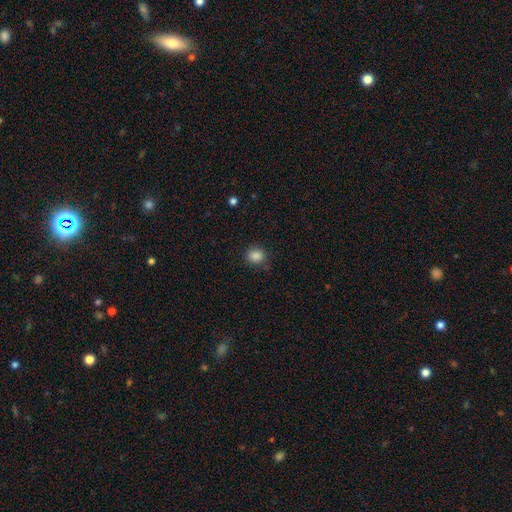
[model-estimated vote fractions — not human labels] smooth-or-featured: smooth: 86% | star or artifact: 10% | featured or disk: 3%
  how-rounded: round: 73% | in between: 26% | cigar-shaped: 1%
  merging: none: 82% | minor disturbance: 14% | major disturbance: 4% | merger: 1%